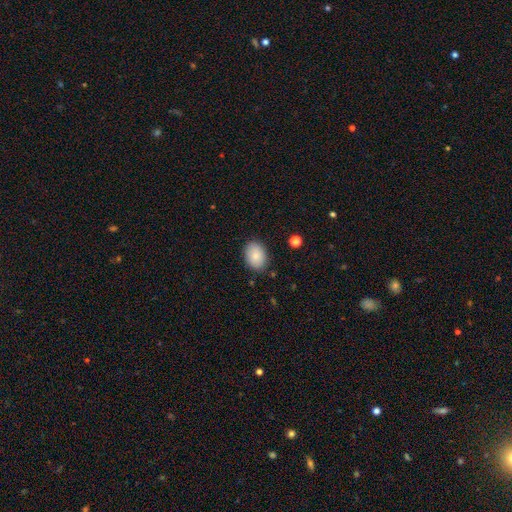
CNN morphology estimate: Smooth or featured?
  - smooth: 84% *
  - featured or disk: 9%
  - star or artifact: 8%
How rounded?
  - in between: 77% *
  - round: 22%
  - cigar-shaped: 1%
Merging?
  - none: 86% *
  - minor disturbance: 10%
  - major disturbance: 2%
  - merger: 1%